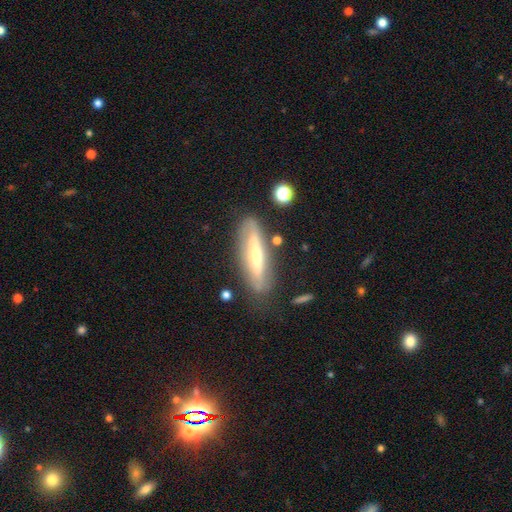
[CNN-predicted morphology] This is possibly a featured or disk galaxy (58%). It is likely viewed edge-on (70%). Merging: likely none (76%).